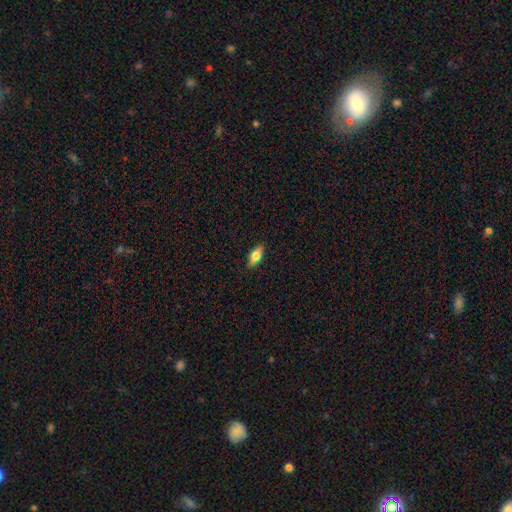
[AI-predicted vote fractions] Smooth or featured?
  - smooth: 69% *
  - featured or disk: 24%
  - star or artifact: 7%
How rounded?
  - in between: 77% *
  - cigar-shaped: 20%
  - round: 3%
Merging?
  - none: 88% *
  - minor disturbance: 9%
  - major disturbance: 2%
  - merger: 1%